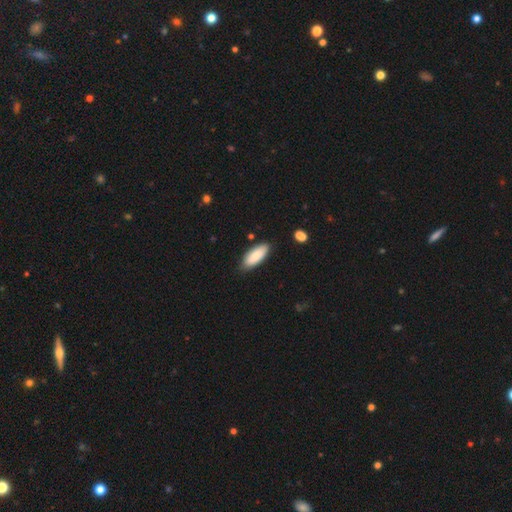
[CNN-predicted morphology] Overall: smooth (83%). How rounded: in between (80%). Merging: none (82%).